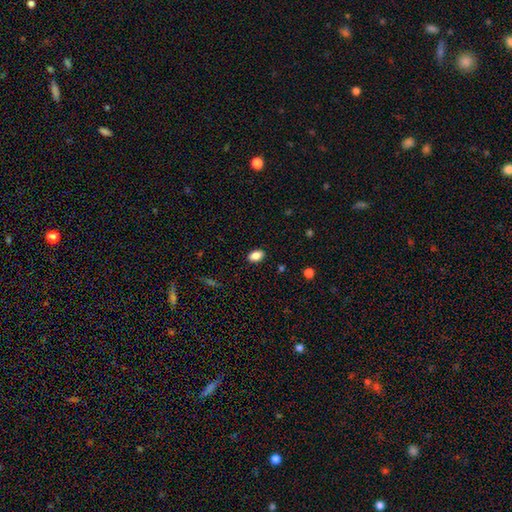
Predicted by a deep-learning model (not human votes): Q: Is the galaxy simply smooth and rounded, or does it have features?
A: smooth — 87%.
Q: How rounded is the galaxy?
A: in between — 85%.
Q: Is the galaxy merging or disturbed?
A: none — 88%.